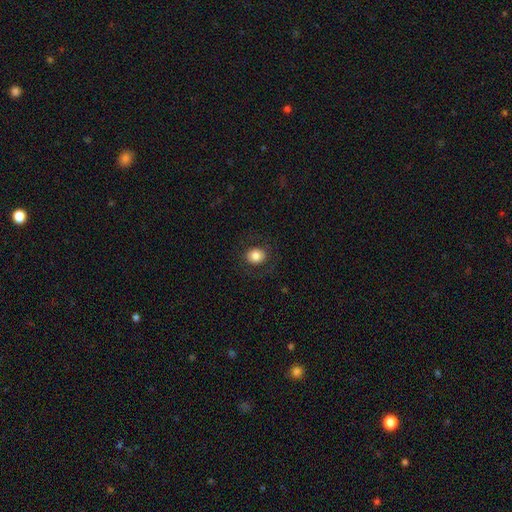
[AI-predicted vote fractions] Morphology: type=smooth (79%); roundness=round (73%); merging=none (85%).